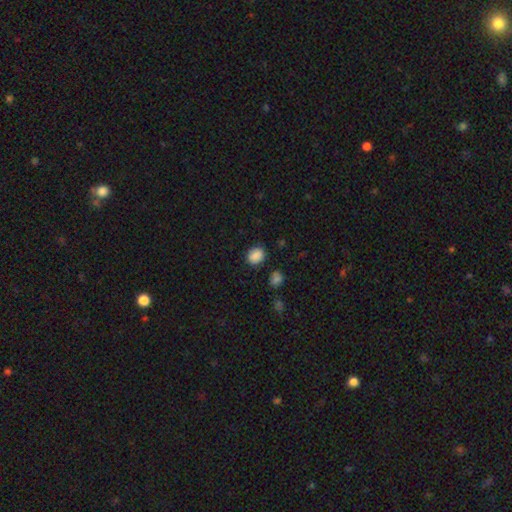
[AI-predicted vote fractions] This appears to be a smooth galaxy with no disk features (87%) that is round (53%). Merging: none (84%).